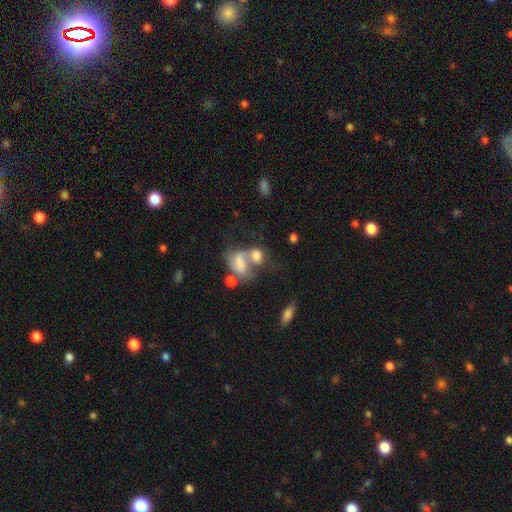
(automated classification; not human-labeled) Q: Smooth or featured?
A: smooth (42%); runner-up: star or artifact (33%)
Q: Merging?
A: none (42%); runner-up: merger (38%)